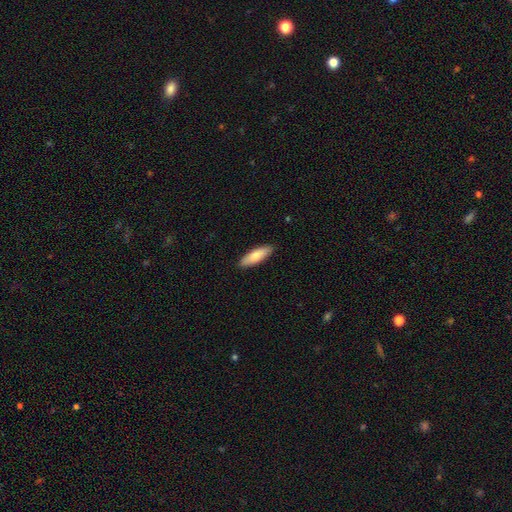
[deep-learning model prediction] Smooth or featured: smooth — 79% (featured or disk — 16%)
How rounded: in between — 51% (cigar-shaped — 48%)
Merging: none — 90% (minor disturbance — 8%)